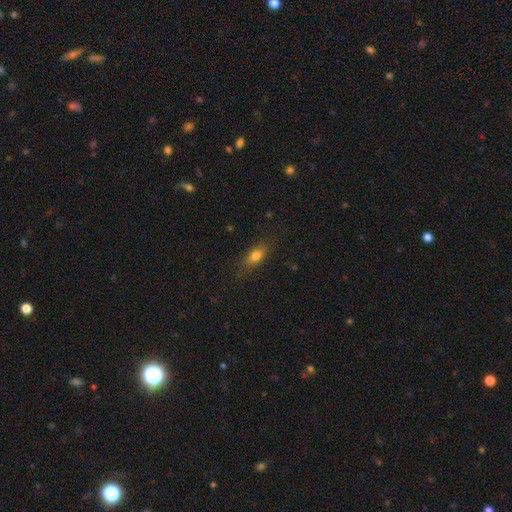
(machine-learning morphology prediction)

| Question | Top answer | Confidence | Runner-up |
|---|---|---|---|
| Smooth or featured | smooth | 79% | featured or disk (12%) |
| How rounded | in between | 77% | cigar-shaped (17%) |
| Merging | none | 81% | minor disturbance (14%) |